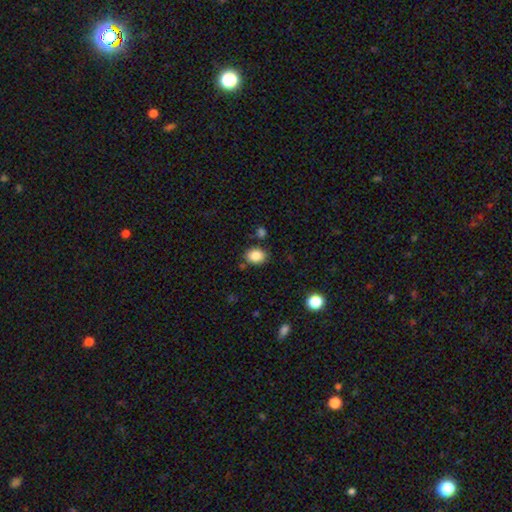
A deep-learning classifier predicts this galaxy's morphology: Overall: smooth (86%). How rounded: in between (62%; round 37%). Merging: none (78%).